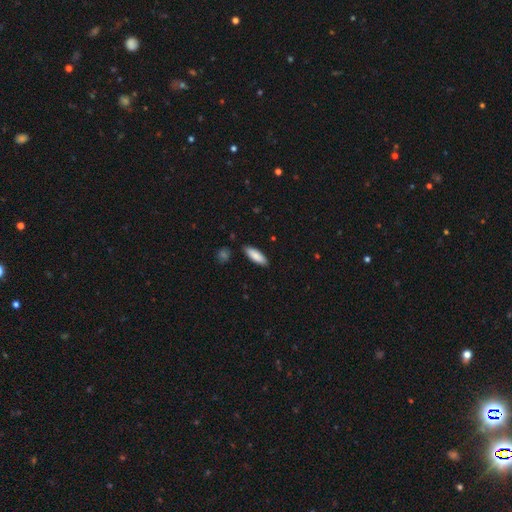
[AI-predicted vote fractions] smooth 87%, featured or disk 8%, star or artifact 6%. Down the decision tree: how rounded — in between (55%); merging — none (87%).